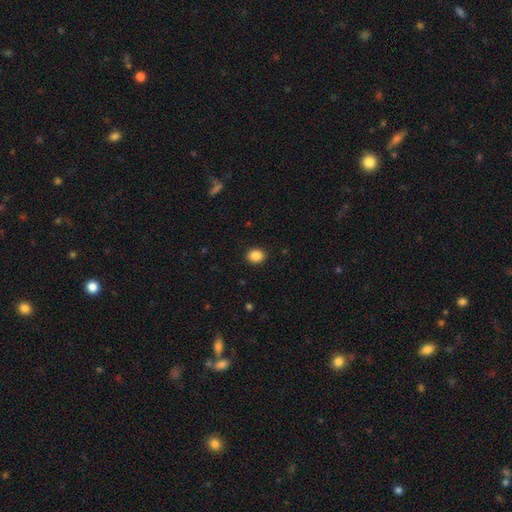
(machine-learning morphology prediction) The model was most divided on "how rounded": round: 60%, in between: 40%, cigar-shaped: 1%. More confident: merging — none (91%); smooth or featured — smooth (87%).